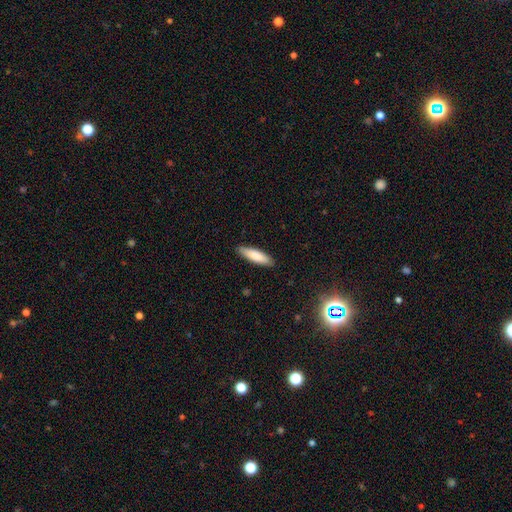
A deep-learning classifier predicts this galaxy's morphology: Smooth or featured? Predicted: smooth (p=0.84). How rounded? Predicted: cigar-shaped (p=0.62). Merging? Predicted: none (p=0.89).